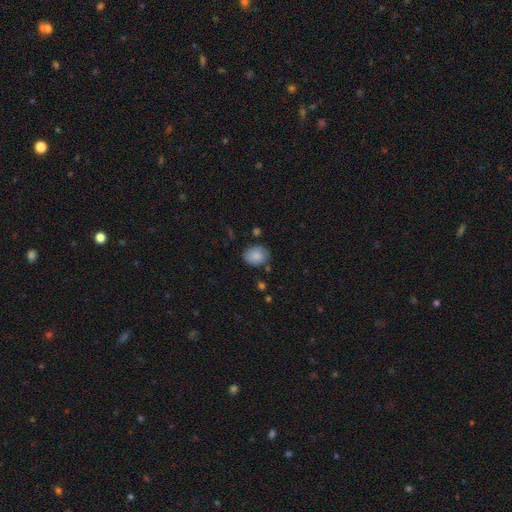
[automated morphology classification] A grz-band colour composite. It shows a smooth galaxy with no disk features (84%) that is in between round and cigar-shaped (55%). Merging: none (75%).